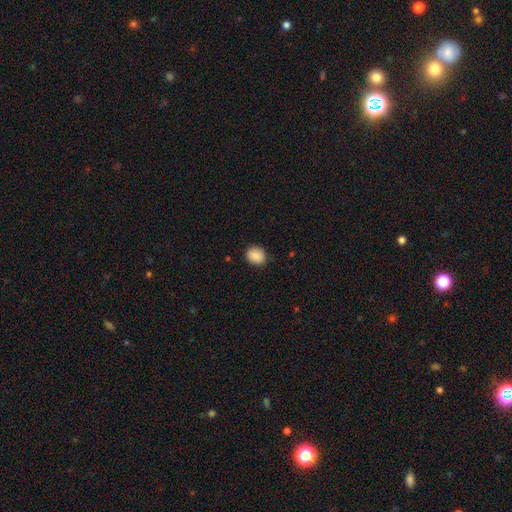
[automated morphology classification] type=smooth (89%); roundness=round (70%); merging=none (88%).